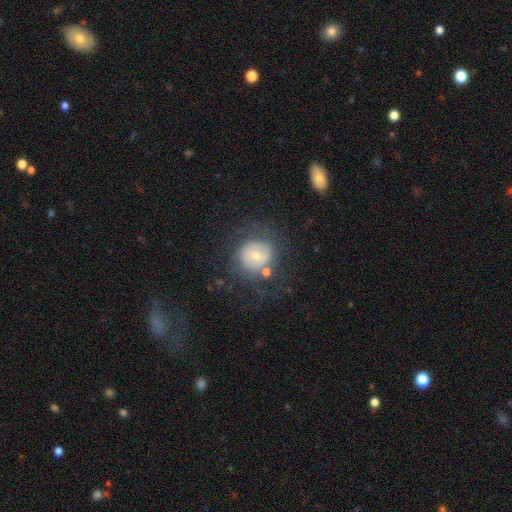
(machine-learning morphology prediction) A smooth galaxy with no disk features (46%). Merging: none (60%).